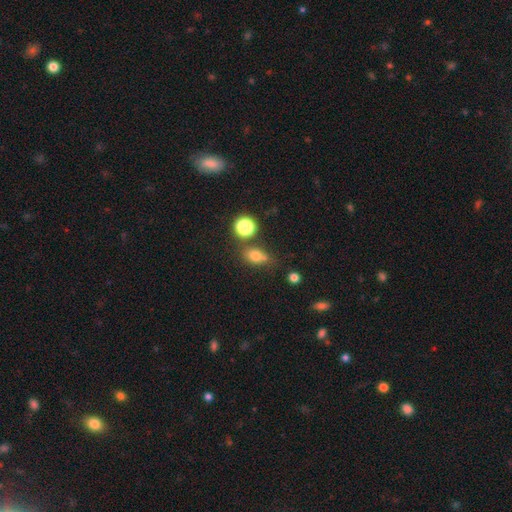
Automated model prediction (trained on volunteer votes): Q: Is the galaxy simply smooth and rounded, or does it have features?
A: smooth — 75%.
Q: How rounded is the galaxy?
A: in between — 64%.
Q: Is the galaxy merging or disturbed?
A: none — 59%.